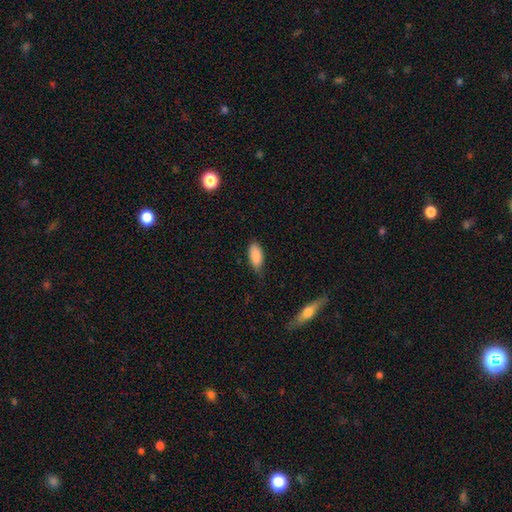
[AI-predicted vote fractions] This is clearly a smooth galaxy (87%). How rounded: clearly in between (87%). Merging: likely none (70%).